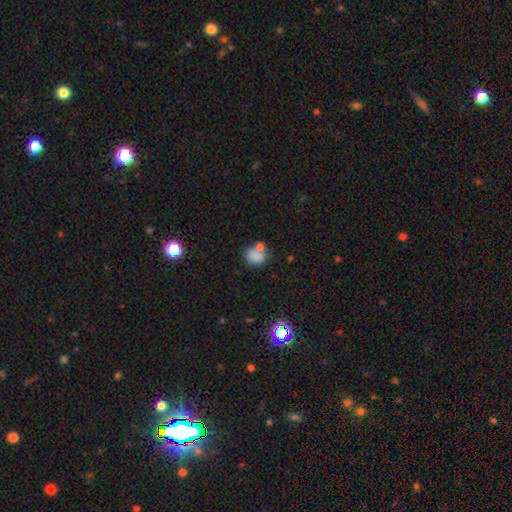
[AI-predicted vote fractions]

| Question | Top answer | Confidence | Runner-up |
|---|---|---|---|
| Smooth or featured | smooth | 78% | star or artifact (13%) |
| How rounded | round | 58% | in between (41%) |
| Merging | none | 51% | merger (27%) |